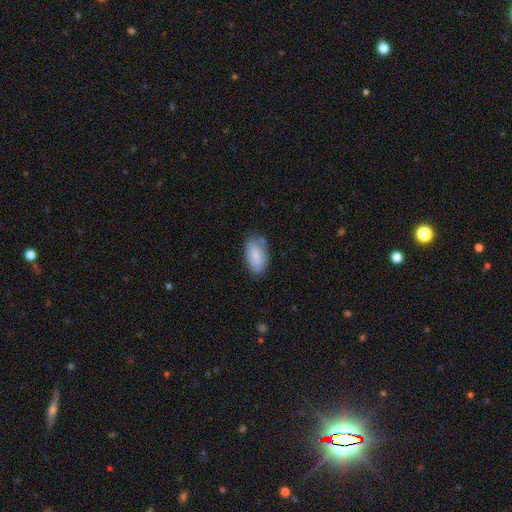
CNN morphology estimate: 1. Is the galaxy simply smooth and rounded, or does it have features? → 79% smooth, 14% featured or disk, 6% star or artifact.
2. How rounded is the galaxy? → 93% in between, 4% cigar-shaped, 3% round.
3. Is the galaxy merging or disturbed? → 70% none, 22% minor disturbance, 4% major disturbance, 3% merger.